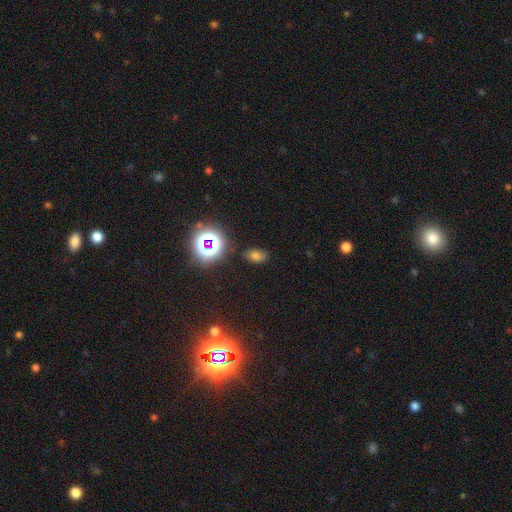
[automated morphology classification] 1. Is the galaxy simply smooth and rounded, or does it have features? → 66% smooth, 26% star or artifact, 8% featured or disk.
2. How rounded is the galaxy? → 85% in between, 13% round, 2% cigar-shaped.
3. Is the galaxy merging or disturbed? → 83% none, 11% minor disturbance, 3% major disturbance, 2% merger.